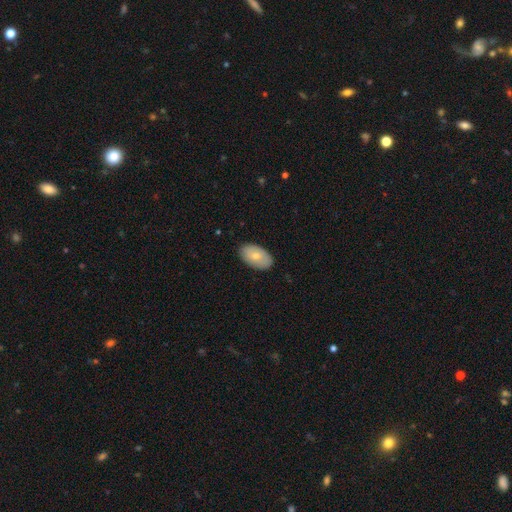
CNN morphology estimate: A smooth galaxy with no disk features (70%) that is in between round and cigar-shaped (94%).

Vote fractions:
- Smooth or featured? smooth: 70% / featured or disk: 24% / star or artifact: 6%
- How rounded? in between: 94% / round: 5% / cigar-shaped: 1%
- Merging? none: 87% / minor disturbance: 10% / major disturbance: 2% / merger: 1%